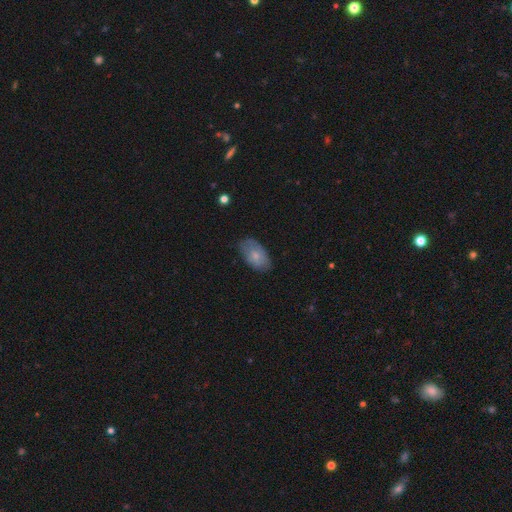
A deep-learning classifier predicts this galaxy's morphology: Smooth or featured? smooth (70%)
How rounded? in between (93%)
Merging? none (71%)